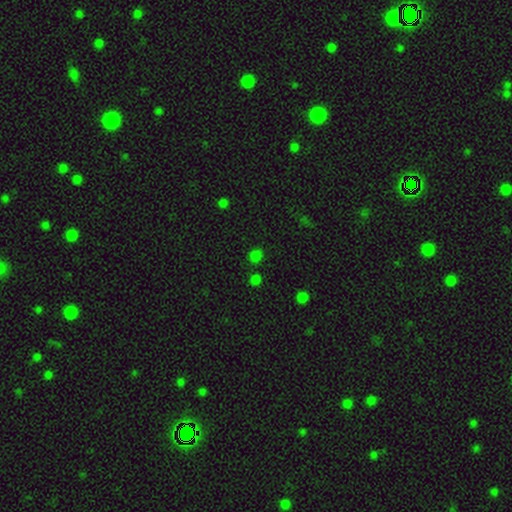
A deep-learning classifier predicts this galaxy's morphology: Smooth or featured: smooth — 71% (star or artifact — 25%)
How rounded: round — 84% (in between — 15%)
Merging: none — 83% (minor disturbance — 9%)